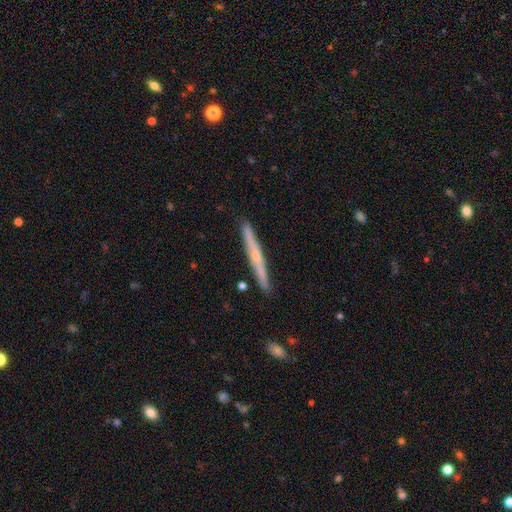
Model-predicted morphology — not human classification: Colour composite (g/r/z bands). It shows a featured or disk galaxy (66%) viewed edge-on (97%) with a rounded central bulge (69%). Merging: none (90%).